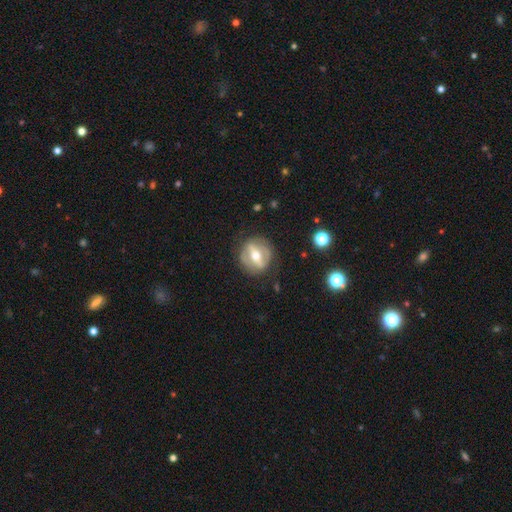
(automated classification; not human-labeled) This appears to be a featured or disk galaxy (72%) with a strong bar (67%), no spiral arms (59%) and a moderate central bulge (71%). Merging: none (80%).